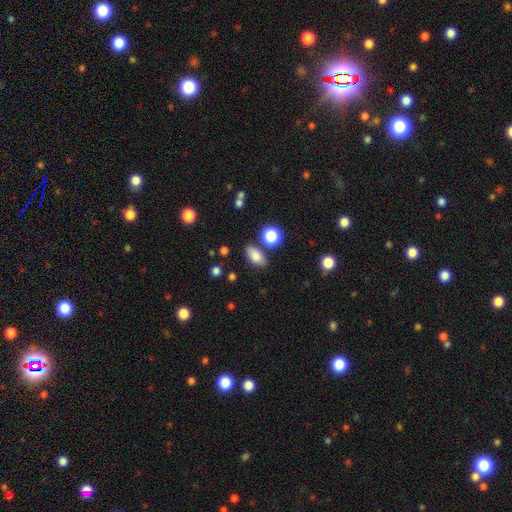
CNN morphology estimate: The model was most divided on "merging": none: 77%, minor disturbance: 13%, merger: 7%, major disturbance: 3%. More confident: how rounded — in between (85%); smooth or featured — smooth (82%).